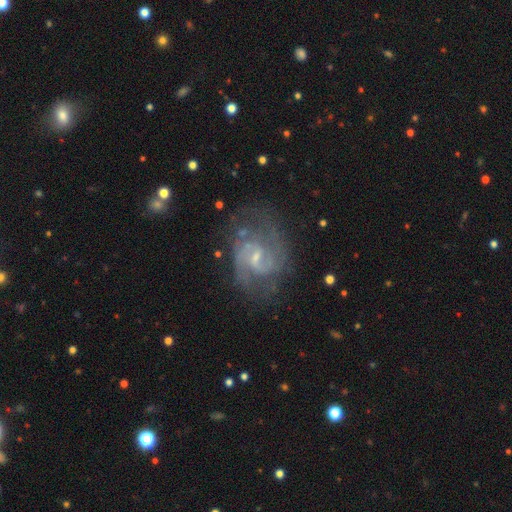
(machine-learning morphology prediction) The model was most divided on "spiral winding": medium: 55%, tight: 28%, loose: 17%. More confident: edge-on disk — no (98%); spiral arms — yes (96%); smooth or featured — featured or disk (87%); spiral arm count — 2 (75%); merging — none (67%); bulge size — small (65%); bar — weak (63%).